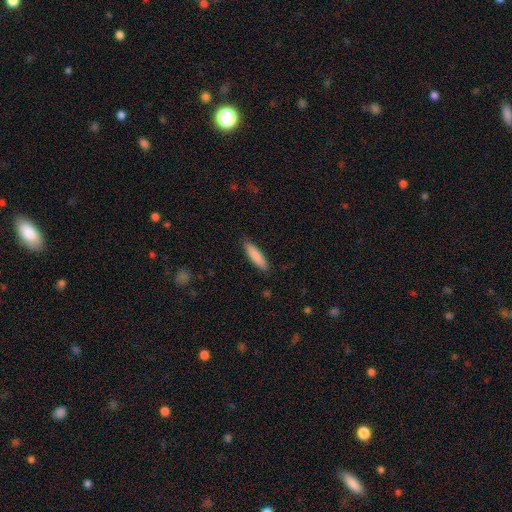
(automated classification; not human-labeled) The model was most divided on "how rounded": cigar-shaped: 75%, in between: 24%, round: 1%. More confident: merging — none (89%); smooth or featured — smooth (86%).